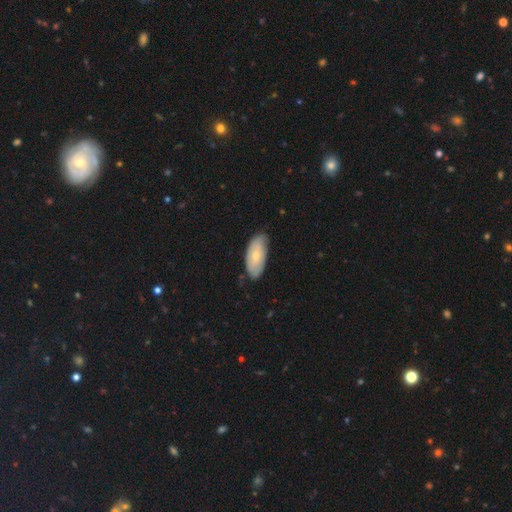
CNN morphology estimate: smooth_or_featured: smooth (p=0.59) [alt: featured or disk p=0.36]
how_rounded: in between (p=0.90) [alt: cigar-shaped p=0.07]
merging: none (p=0.73) [alt: minor disturbance p=0.22]